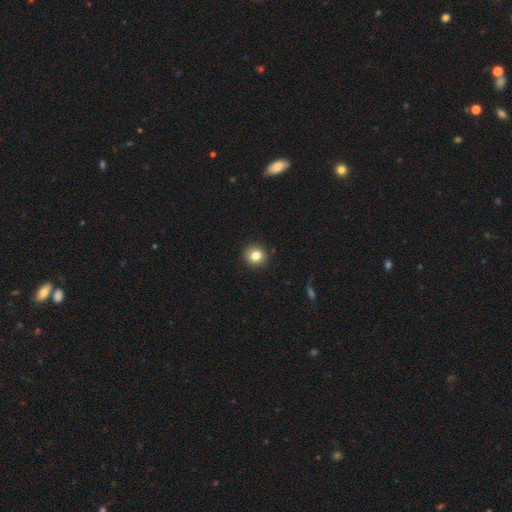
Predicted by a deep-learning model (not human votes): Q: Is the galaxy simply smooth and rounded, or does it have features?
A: smooth — 82%.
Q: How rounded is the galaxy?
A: round — 90%.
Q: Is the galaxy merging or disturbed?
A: none — 92%.